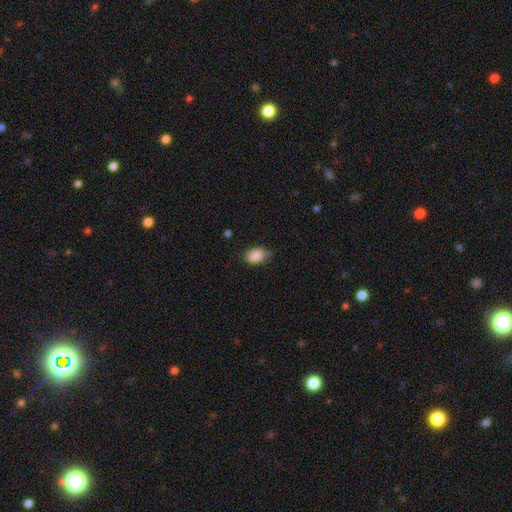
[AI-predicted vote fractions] A smooth galaxy with no disk features (85%) that is in between round and cigar-shaped (76%). Merging: none (63%).